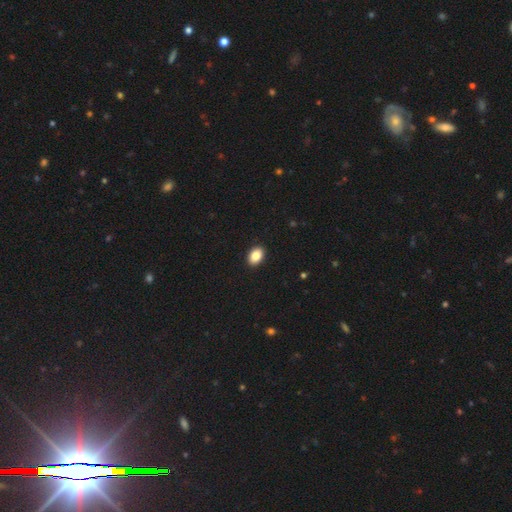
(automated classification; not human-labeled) Smooth or featured?
  - smooth: 87% *
  - star or artifact: 8%
  - featured or disk: 6%
How rounded?
  - in between: 86% *
  - round: 13%
  - cigar-shaped: 1%
Merging?
  - none: 91% *
  - minor disturbance: 6%
  - major disturbance: 2%
  - merger: 1%